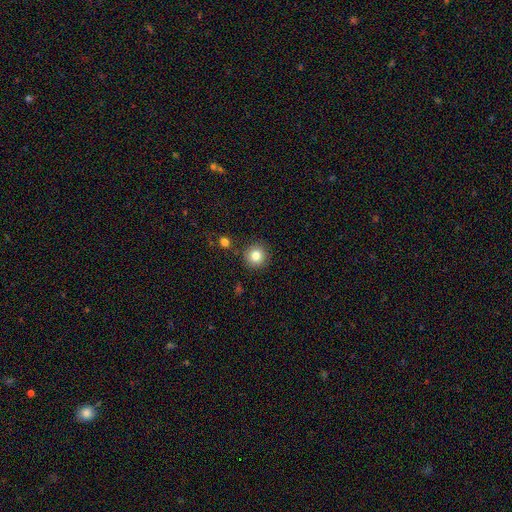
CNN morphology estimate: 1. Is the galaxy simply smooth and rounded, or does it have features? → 82% smooth, 10% star or artifact, 7% featured or disk.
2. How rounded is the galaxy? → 94% round, 5% in between, 1% cigar-shaped.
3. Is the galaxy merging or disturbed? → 88% none, 7% minor disturbance, 3% merger, 2% major disturbance.